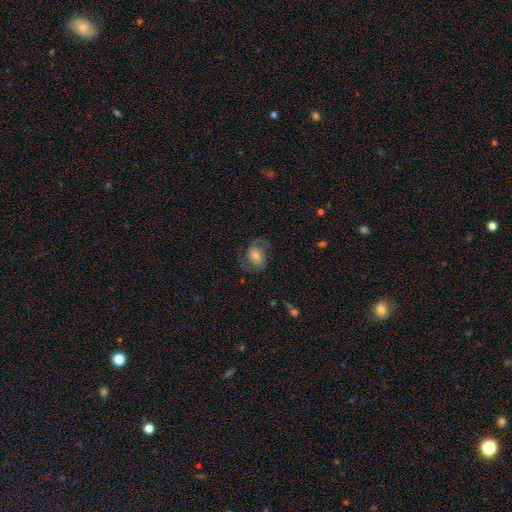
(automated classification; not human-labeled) Overall: featured or disk (67%). Edge-on disk: no (97%). Bar: no (59%; weak 32%). Spiral arms: yes (90%). Spiral arm count: 2 (86%). Spiral winding: medium (50%; loose 26%). Bulge size: moderate (50%; small 38%). Merging: none (70%).